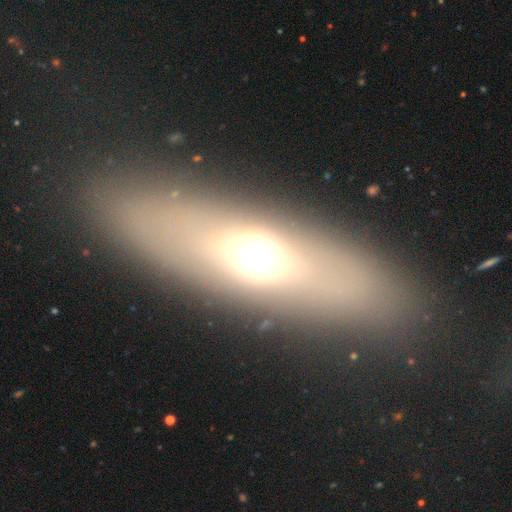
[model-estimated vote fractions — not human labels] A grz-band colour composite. It shows a smooth galaxy with no disk features (48%). Merging: none (82%).